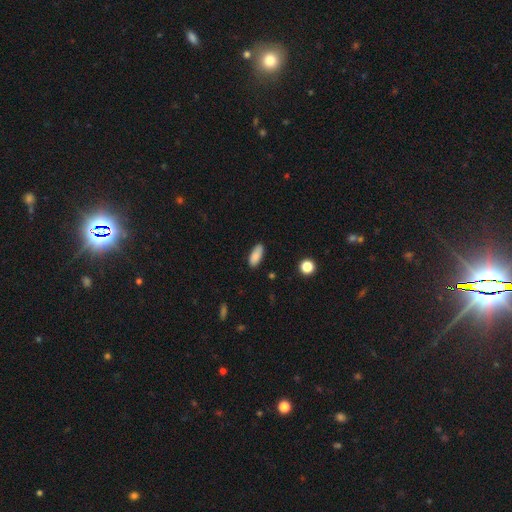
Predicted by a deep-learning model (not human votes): Overall: smooth (87%). How rounded: in between (81%). Merging: none (83%).